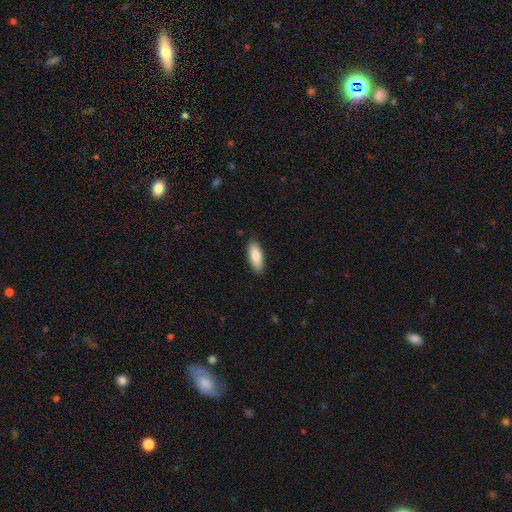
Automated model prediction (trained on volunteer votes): Morphology: type=smooth (82%); roundness=in between (72%); merging=none (87%).